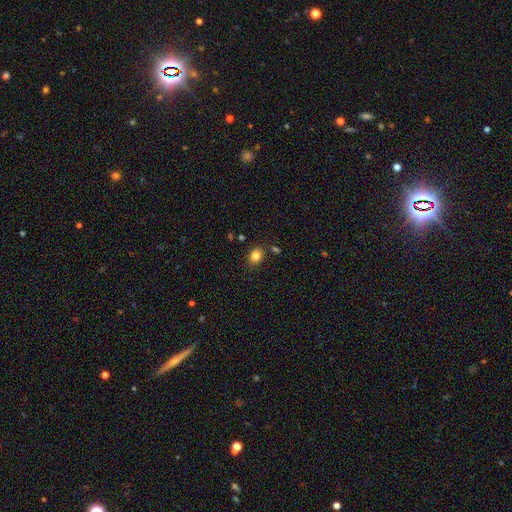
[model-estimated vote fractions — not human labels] Smooth or featured?
  - smooth: 83% *
  - star or artifact: 11%
  - featured or disk: 6%
How rounded?
  - in between: 61% *
  - round: 38%
  - cigar-shaped: 1%
Merging?
  - none: 81% *
  - minor disturbance: 12%
  - merger: 4%
  - major disturbance: 3%